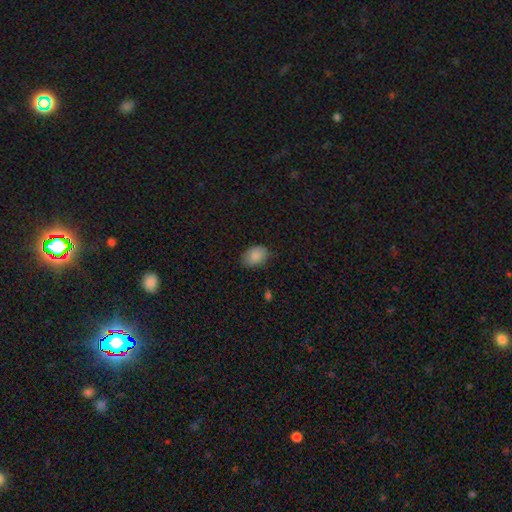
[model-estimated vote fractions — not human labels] Smooth or featured? Predicted: smooth (p=0.86). How rounded? Predicted: in between (p=0.79). Merging? Predicted: none (p=0.79).